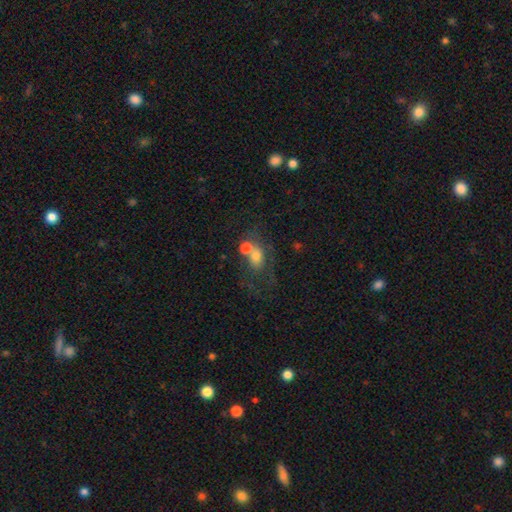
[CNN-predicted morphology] A smooth galaxy with no disk features (66%) that is in between round and cigar-shaped (57%). Merging: merger (51%).